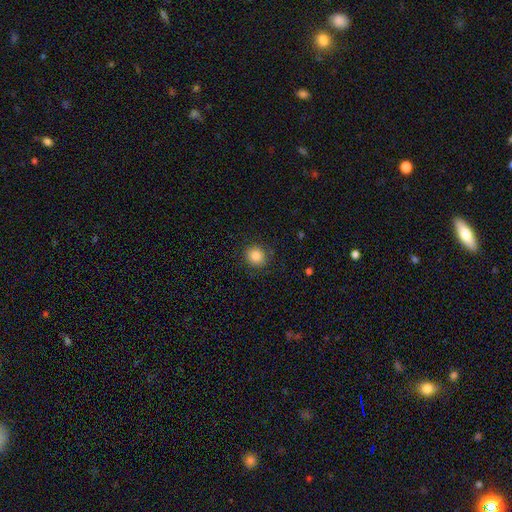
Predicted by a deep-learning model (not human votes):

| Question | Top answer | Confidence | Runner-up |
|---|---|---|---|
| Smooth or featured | smooth | 85% | star or artifact (10%) |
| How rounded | round | 88% | in between (11%) |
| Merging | none | 88% | minor disturbance (8%) |